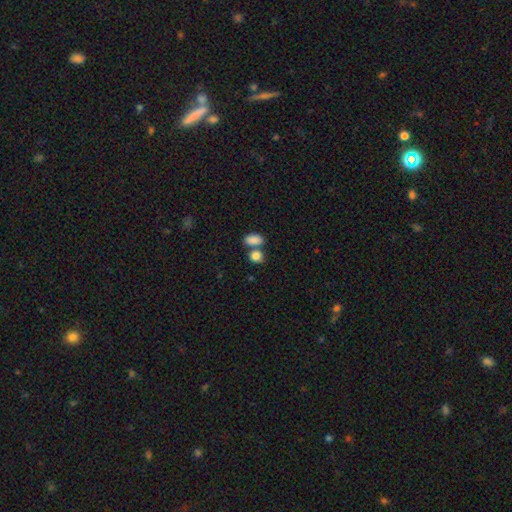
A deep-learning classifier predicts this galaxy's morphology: A smooth galaxy with no disk features (85%) that is in between round and cigar-shaped (58%). Merging: none (48%).